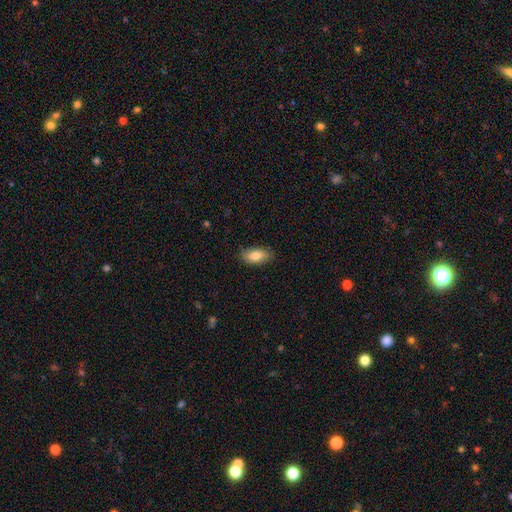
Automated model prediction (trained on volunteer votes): Morphology: type=smooth (79%); roundness=in between (90%); merging=none (85%).